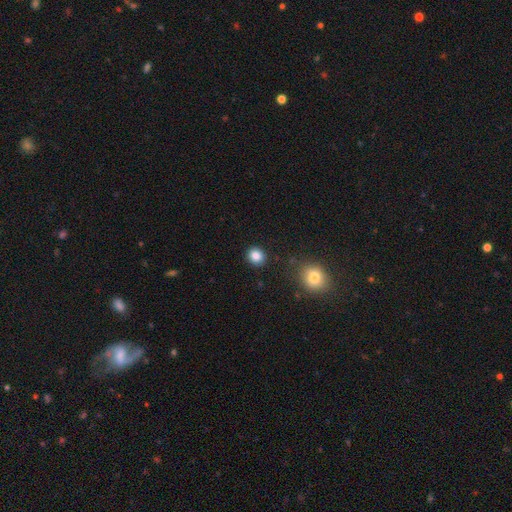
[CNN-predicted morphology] Smooth or featured?
  - smooth: 85% *
  - star or artifact: 10%
  - featured or disk: 5%
How rounded?
  - round: 82% *
  - in between: 17%
  - cigar-shaped: 1%
Merging?
  - none: 89% *
  - minor disturbance: 7%
  - major disturbance: 2%
  - merger: 2%